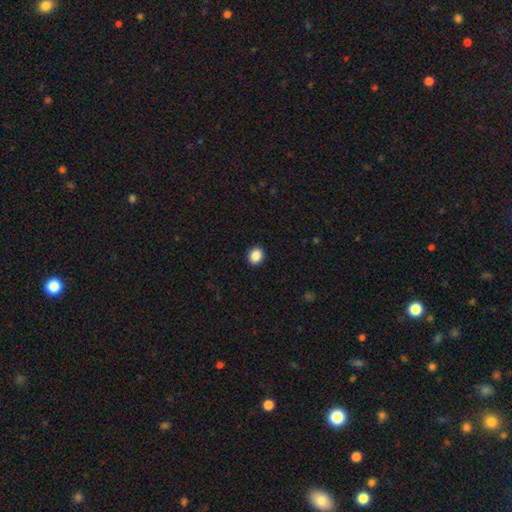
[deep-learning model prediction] Morphology: type=smooth (87%); roundness=round (74%); merging=none (92%).